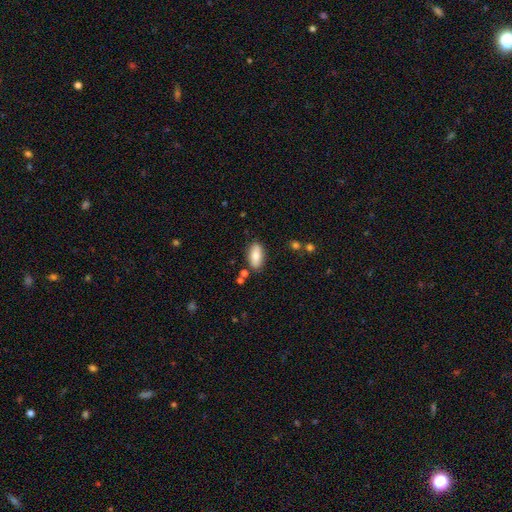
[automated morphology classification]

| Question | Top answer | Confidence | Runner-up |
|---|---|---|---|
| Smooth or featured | smooth | 78% | featured or disk (15%) |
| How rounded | in between | 88% | cigar-shaped (9%) |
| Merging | none | 83% | minor disturbance (11%) |